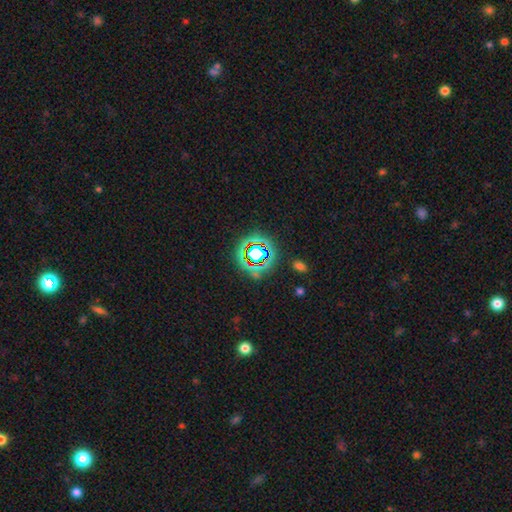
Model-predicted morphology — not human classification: Q: Smooth or featured?
A: star or artifact (63%); runner-up: smooth (24%)